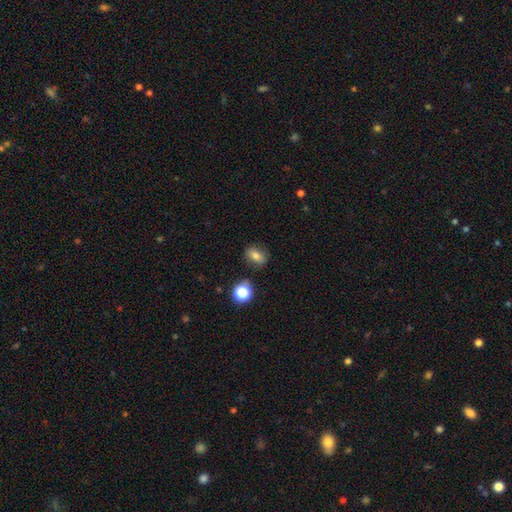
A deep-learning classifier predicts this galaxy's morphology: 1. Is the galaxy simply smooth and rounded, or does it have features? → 74% smooth, 13% star or artifact, 13% featured or disk.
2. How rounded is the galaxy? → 66% in between, 31% round, 3% cigar-shaped.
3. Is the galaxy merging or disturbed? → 81% none, 13% minor disturbance, 3% major disturbance, 3% merger.